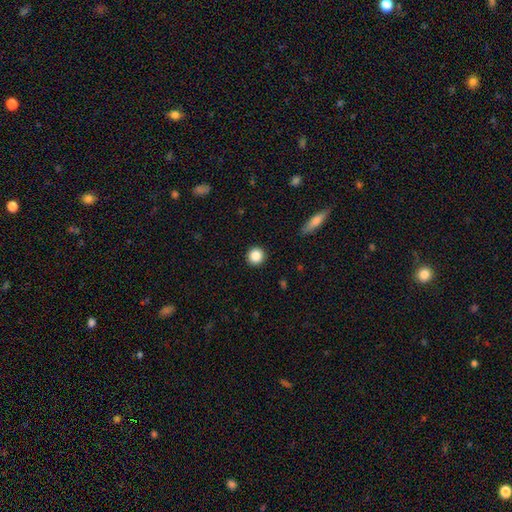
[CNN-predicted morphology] Smooth or featured? Predicted: smooth (p=0.86). How rounded? Predicted: round (p=0.94). Merging? Predicted: none (p=0.92).